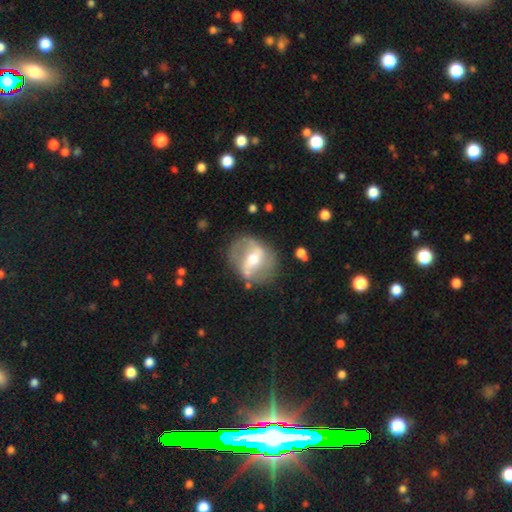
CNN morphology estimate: smooth_or_featured: featured or disk (p=0.71) [alt: smooth p=0.21]
disk_edge_on: no (p=0.93) [alt: yes p=0.07]
bar: strong (p=0.48) [alt: weak p=0.34]
has_spiral_arms: yes (p=0.64) [alt: no p=0.36]
bulge_size: moderate (p=0.63) [alt: small p=0.30]
merging: none (p=0.73) [alt: minor disturbance p=0.17]